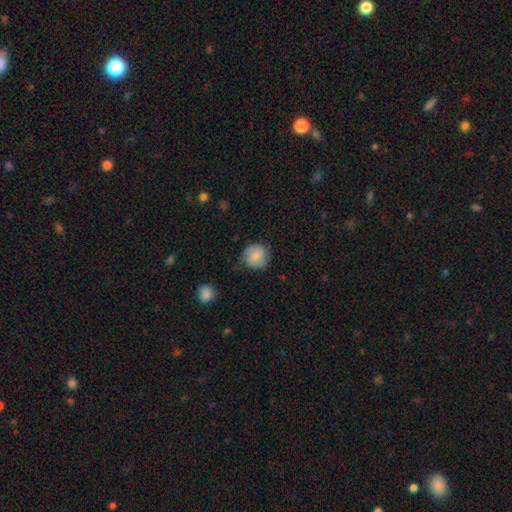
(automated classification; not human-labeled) Smooth or featured?
  - smooth: 76% *
  - featured or disk: 16%
  - star or artifact: 8%
How rounded?
  - round: 88% *
  - in between: 11%
  - cigar-shaped: 1%
Merging?
  - none: 76% *
  - minor disturbance: 18%
  - major disturbance: 5%
  - merger: 2%